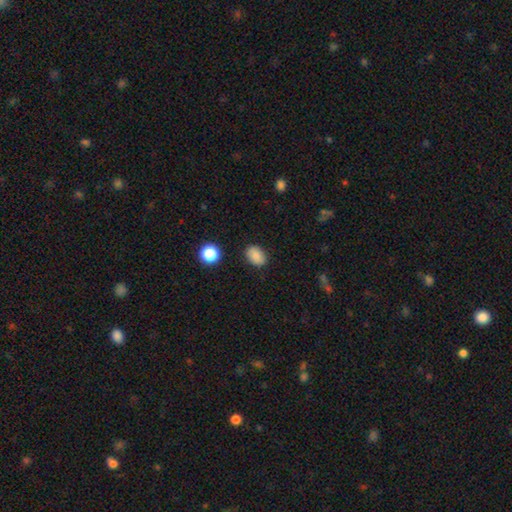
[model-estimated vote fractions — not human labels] Morphology: type=smooth (84%); roundness=in between (77%); merging=none (85%).